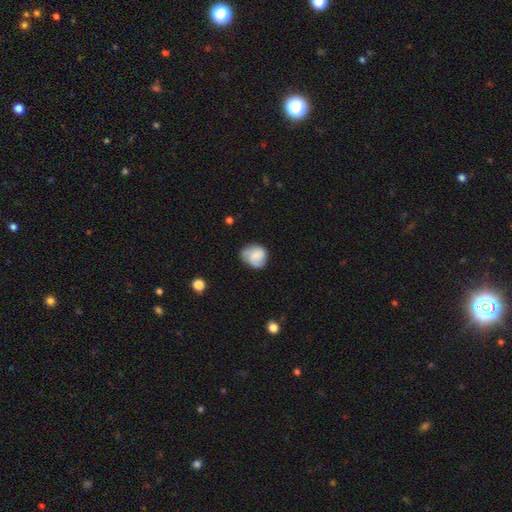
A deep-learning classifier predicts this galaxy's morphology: Smooth or featured? smooth (68%)
How rounded? round (68%)
Merging? none (49%)